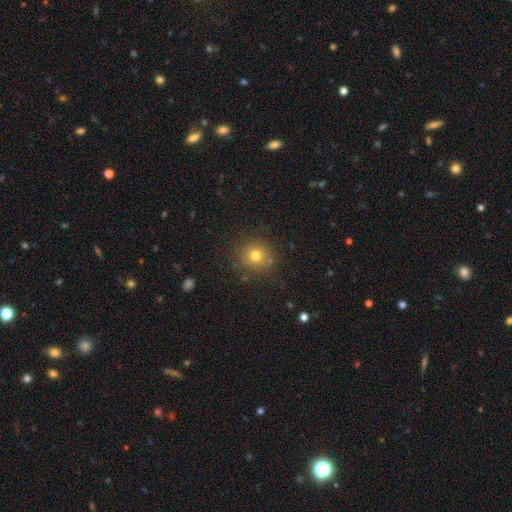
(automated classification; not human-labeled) This appears to be a smooth galaxy with no disk features (74%) that is round (90%). Merging: none (84%).